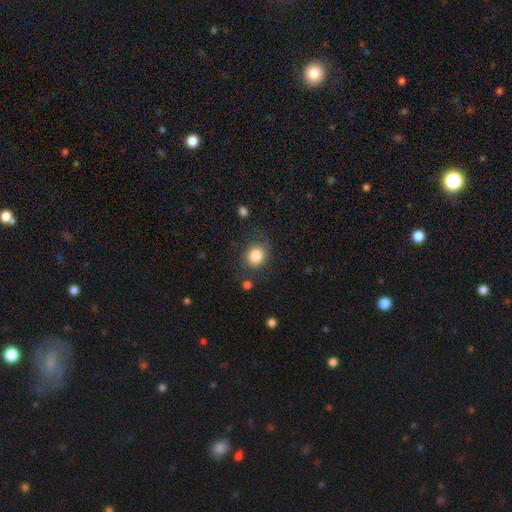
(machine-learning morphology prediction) Smooth or featured?
  - smooth: 84% *
  - star or artifact: 10%
  - featured or disk: 7%
How rounded?
  - round: 75% *
  - in between: 25%
  - cigar-shaped: 1%
Merging?
  - none: 76% *
  - minor disturbance: 15%
  - major disturbance: 5%
  - merger: 3%